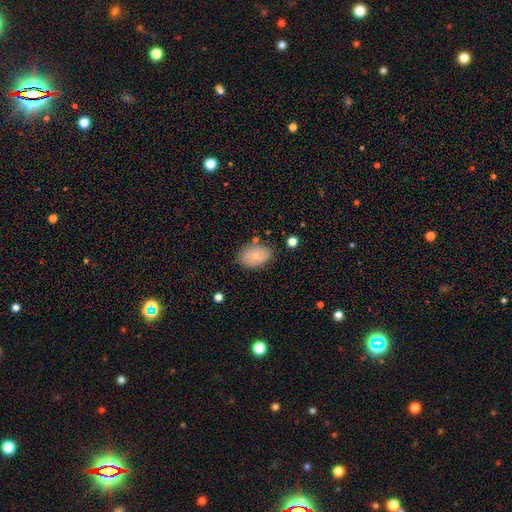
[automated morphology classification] A smooth galaxy with no disk features (72%) that is in between round and cigar-shaped (84%). Merging: none (77%).